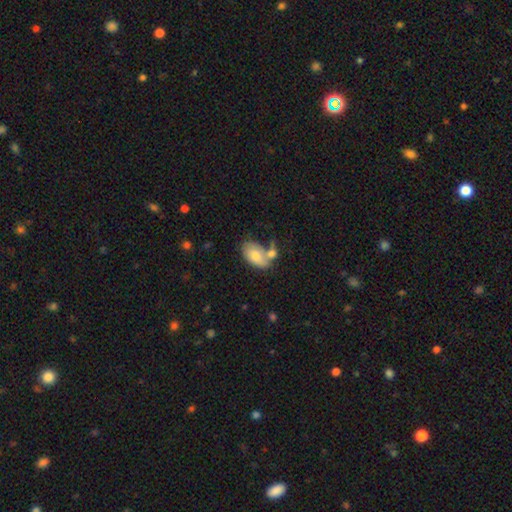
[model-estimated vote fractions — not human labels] The model was most divided on "merging": none: 39%, merger: 35%, minor disturbance: 18%, major disturbance: 8%. More confident: how rounded — in between (91%); smooth or featured — smooth (74%).